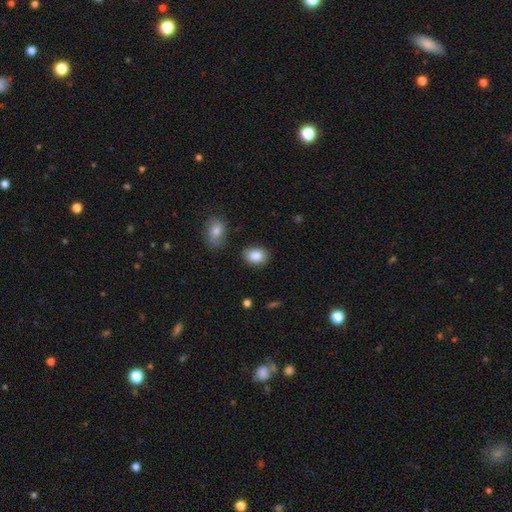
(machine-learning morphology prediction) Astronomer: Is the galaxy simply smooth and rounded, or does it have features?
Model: smooth — 87%.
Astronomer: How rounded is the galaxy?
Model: in between — 69%.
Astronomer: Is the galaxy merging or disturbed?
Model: none — 81%.